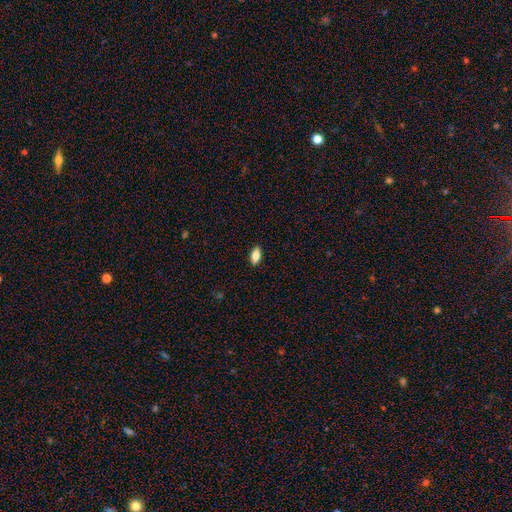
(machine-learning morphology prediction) smooth 79%, featured or disk 13%, star or artifact 7%. Down the decision tree: how rounded — in between (88%); merging — none (89%).